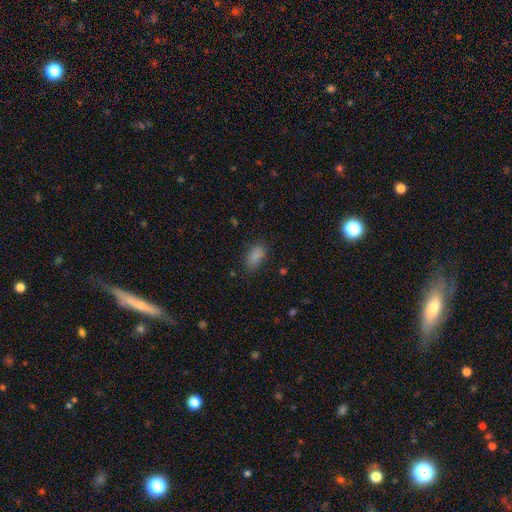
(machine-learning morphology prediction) This appears to be a smooth galaxy with no disk features (84%) that is in between round and cigar-shaped (90%). Merging: none (75%).